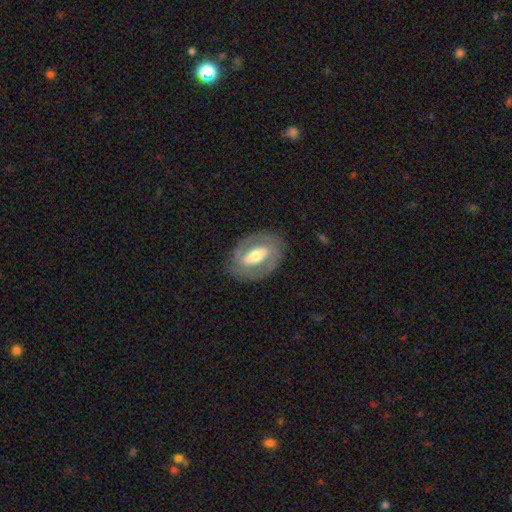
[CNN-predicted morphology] Smooth or featured?
  - featured or disk: 67% *
  - smooth: 27%
  - star or artifact: 6%
Edge-on disk?
  - no: 92% *
  - yes: 8%
Bar?
  - strong: 45% *
  - weak: 31%
  - no: 25%
Spiral arms?
  - yes: 52% *
  - no: 48%
Bulge size?
  - moderate: 61% *
  - small: 20%
  - large: 15%
  - dominant: 2%
  - none: 1%
Merging?
  - none: 81% *
  - minor disturbance: 12%
  - major disturbance: 6%
  - merger: 1%